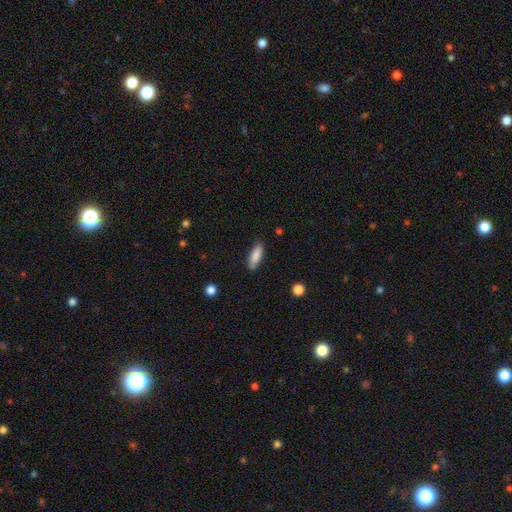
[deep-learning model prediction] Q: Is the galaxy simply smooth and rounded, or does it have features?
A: smooth — 86%.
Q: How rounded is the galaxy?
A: in between — 60%.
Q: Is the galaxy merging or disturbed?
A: none — 85%.